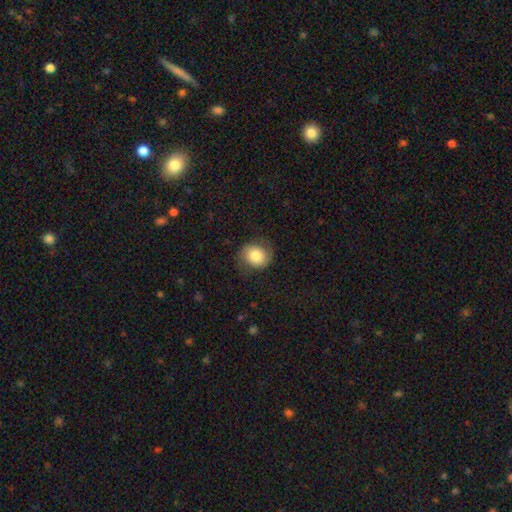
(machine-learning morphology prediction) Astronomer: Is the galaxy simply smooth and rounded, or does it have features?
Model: smooth — 63%.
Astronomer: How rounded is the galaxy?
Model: round — 69%.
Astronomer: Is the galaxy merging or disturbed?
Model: none — 72%.